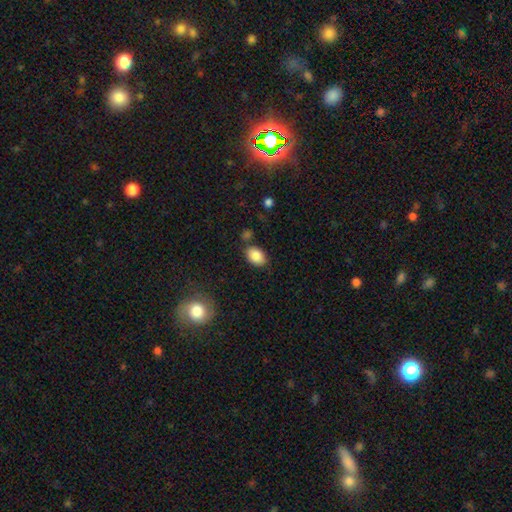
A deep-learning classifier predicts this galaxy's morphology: Overall: smooth (87%). How rounded: in between (84%). Merging: none (77%).